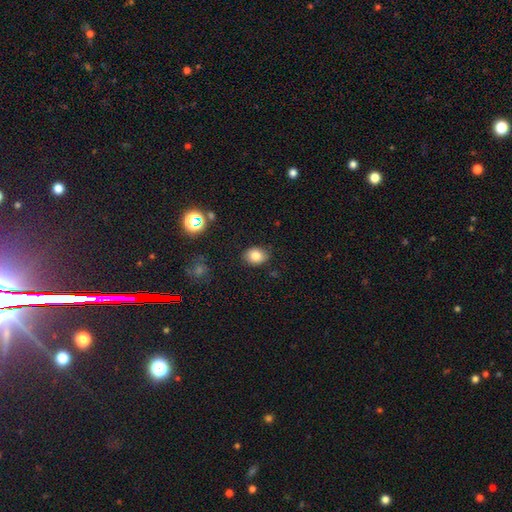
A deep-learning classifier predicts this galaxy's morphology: Smooth or featured? Predicted: smooth (p=0.81). How rounded? Predicted: in between (p=0.52). Merging? Predicted: none (p=0.83).